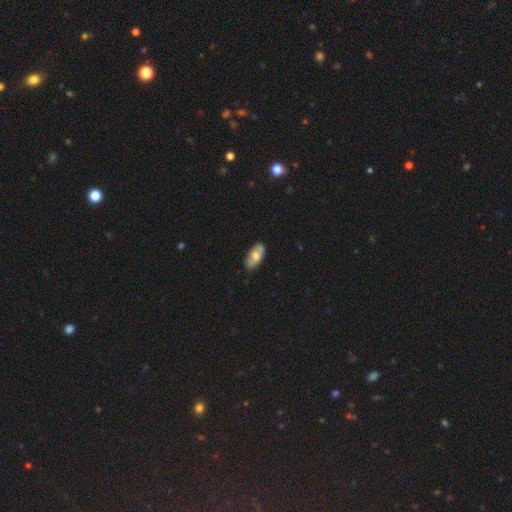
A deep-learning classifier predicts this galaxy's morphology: This is possibly a smooth galaxy (58%). How rounded: clearly in between (92%). Merging: clearly none (83%).